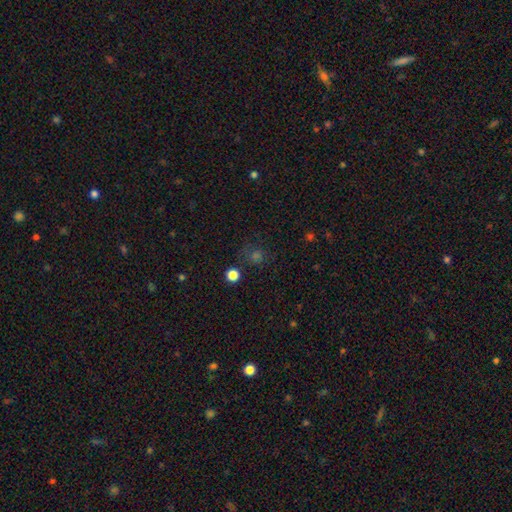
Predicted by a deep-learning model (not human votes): Morphology: type=smooth (49%); merging=none (75%).